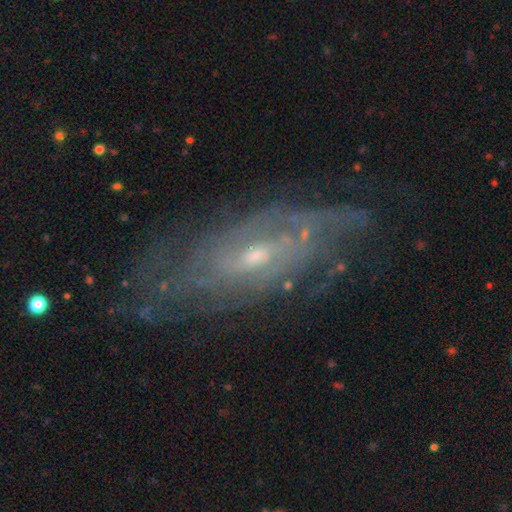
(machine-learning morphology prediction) The model was most divided on "bar": no: 52%, weak: 37%, strong: 11%. More confident: spiral arms — yes (87%); edge-on disk — no (83%); smooth or featured — featured or disk (77%); merging — none (77%); bulge size — small (74%); spiral winding — tight (61%); spiral arm count — can't tell (56%).